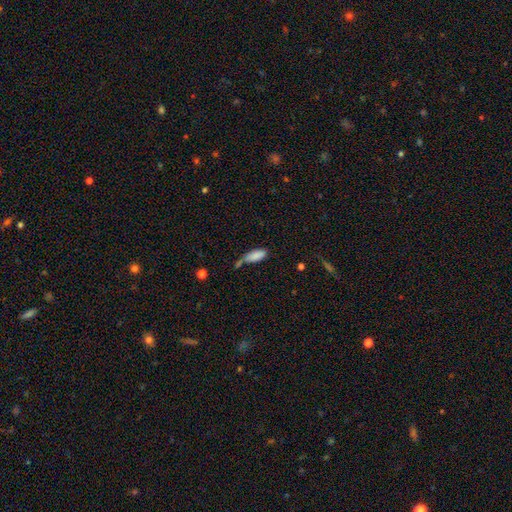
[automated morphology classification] smooth_or_featured: smooth (p=0.85) [alt: star or artifact p=0.08]
how_rounded: in between (p=0.74) [alt: cigar-shaped p=0.24]
merging: none (p=0.43) [alt: minor disturbance p=0.27]